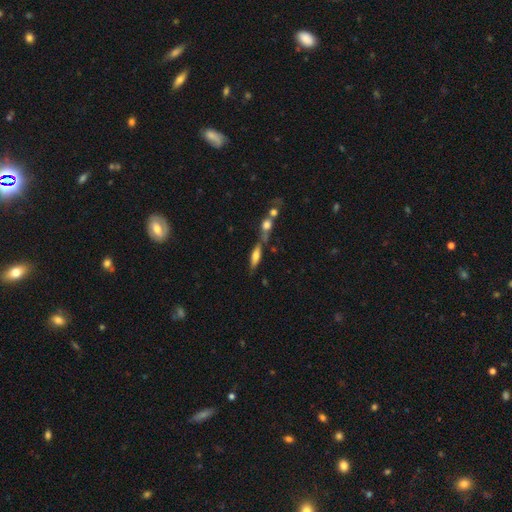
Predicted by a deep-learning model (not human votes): smooth_or_featured: smooth (p=0.58) [alt: featured or disk p=0.34]
how_rounded: cigar-shaped (p=0.49) [alt: in between p=0.47]
merging: none (p=0.44) [alt: merger p=0.38]